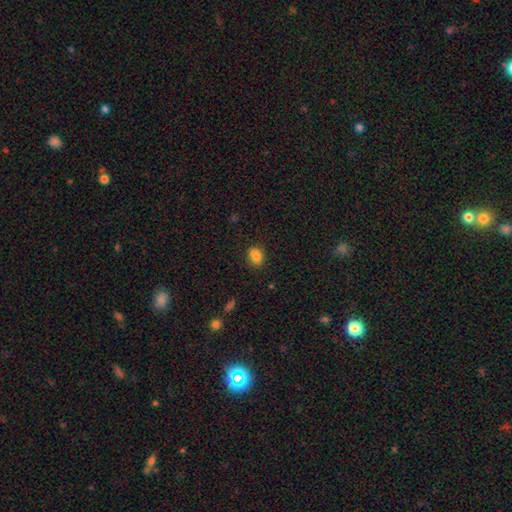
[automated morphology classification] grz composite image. It shows a smooth galaxy with no disk features (82%) that is in between round and cigar-shaped (62%). Merging: none (70%).